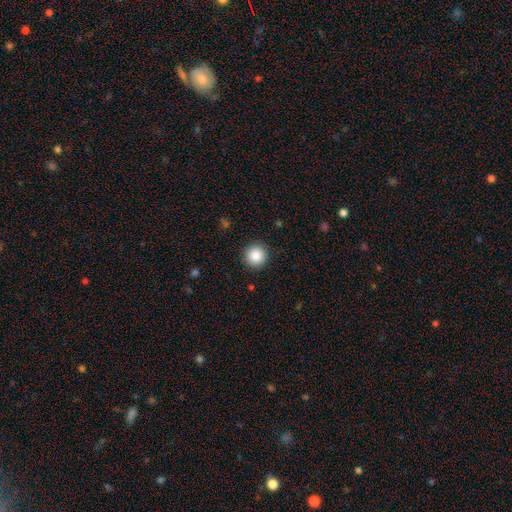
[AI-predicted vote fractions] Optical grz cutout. It shows a smooth galaxy with no disk features (86%) that is round (94%). Merging: none (91%).